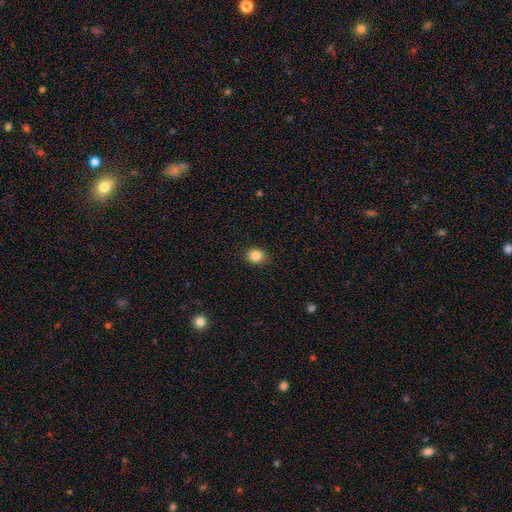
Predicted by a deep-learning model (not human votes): This is clearly a smooth galaxy (86%). How rounded: likely round (71%). Merging: clearly none (89%).